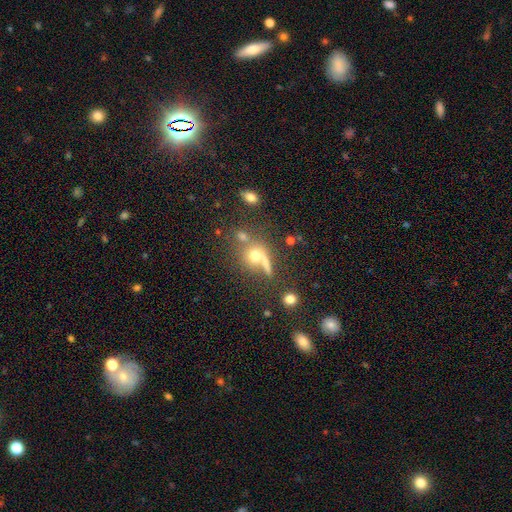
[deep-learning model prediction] Morphology: type=smooth (57%); roundness=round (76%); merging=none (49%).